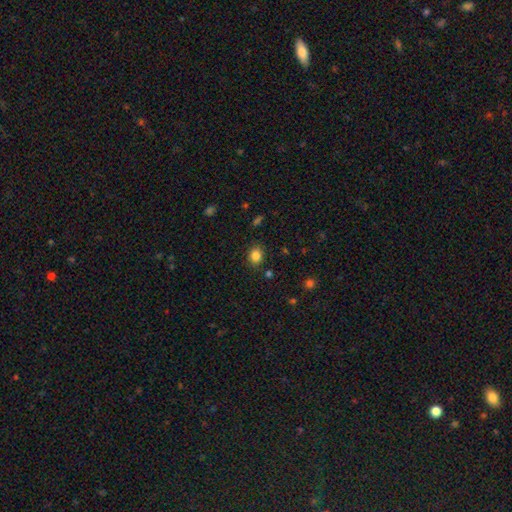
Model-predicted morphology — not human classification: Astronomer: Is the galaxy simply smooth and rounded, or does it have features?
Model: smooth — 84%.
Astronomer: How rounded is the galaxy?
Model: round — 61% (runner-up: in between, 38%).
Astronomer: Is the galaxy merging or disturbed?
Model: none — 85%.